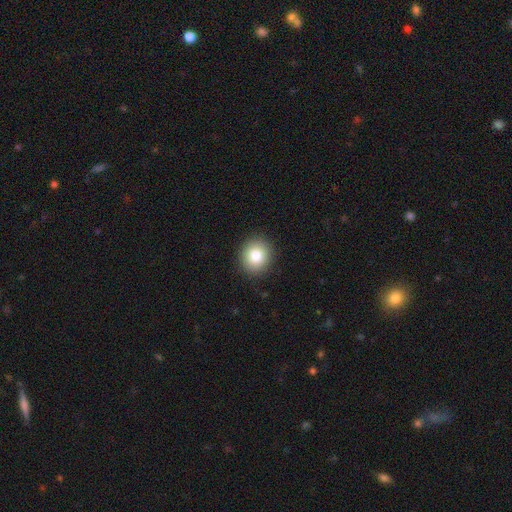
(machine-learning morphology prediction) This appears to be a smooth galaxy with no disk features (83%) that is round (82%). Merging: none (91%).